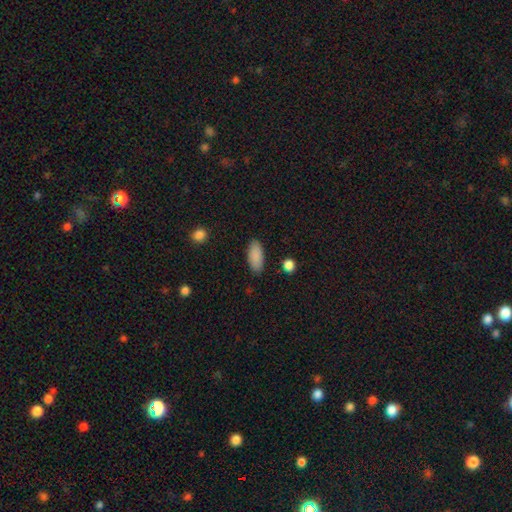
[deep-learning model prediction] Smooth or featured: smooth — 89% (star or artifact — 7%)
How rounded: in between — 87% (cigar-shaped — 11%)
Merging: none — 87% (minor disturbance — 9%)